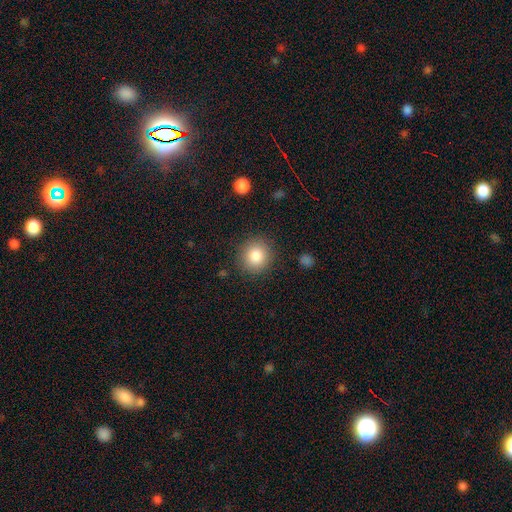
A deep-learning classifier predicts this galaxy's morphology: Smooth or featured? smooth (84%)
How rounded? round (90%)
Merging? none (88%)